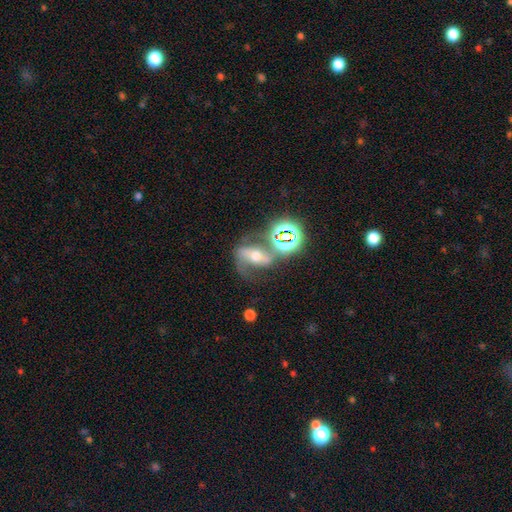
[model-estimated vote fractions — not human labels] Smooth or featured: featured or disk — 63% (star or artifact — 20%)
Edge-on disk: no — 93% (yes — 7%)
Bar: strong — 51% (no — 25%)
Spiral arms: yes — 84% (no — 16%)
Bulge size: moderate — 65% (small — 21%)
Merging: none — 53% (minor disturbance — 17%)